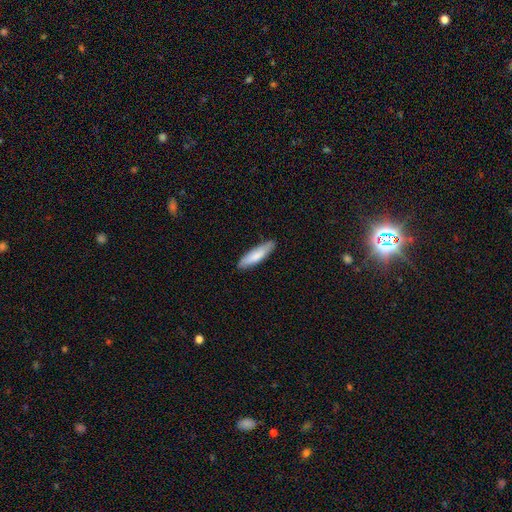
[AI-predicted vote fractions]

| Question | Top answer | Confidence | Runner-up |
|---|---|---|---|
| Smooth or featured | smooth | 80% | featured or disk (15%) |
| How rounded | cigar-shaped | 72% | in between (27%) |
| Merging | none | 86% | minor disturbance (11%) |